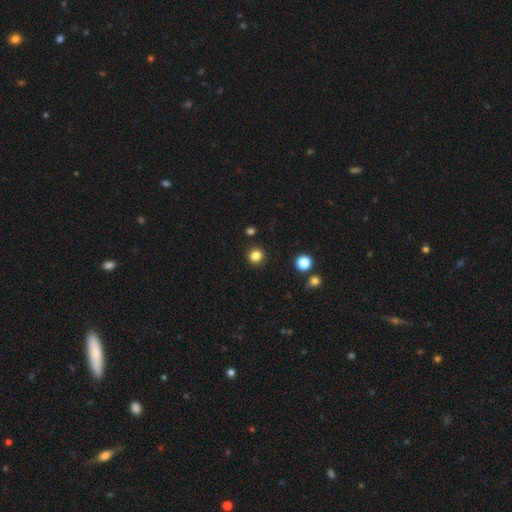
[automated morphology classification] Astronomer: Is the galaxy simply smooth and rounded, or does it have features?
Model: smooth — 83%.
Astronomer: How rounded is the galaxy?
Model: round — 91%.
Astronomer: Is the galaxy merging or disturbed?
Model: none — 91%.